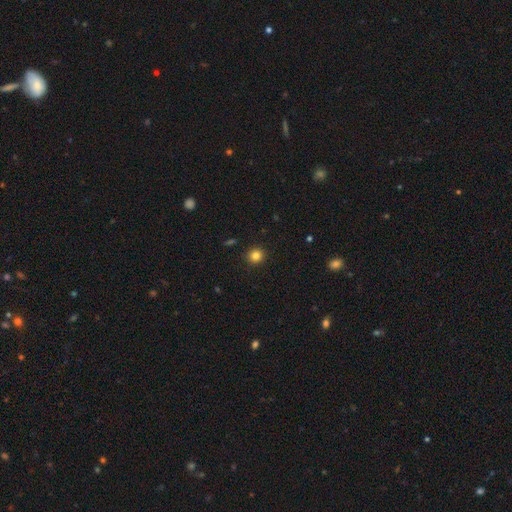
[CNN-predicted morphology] smooth 83%, star or artifact 12%, featured or disk 5%. Down the decision tree: how rounded — round (90%); merging — none (92%).